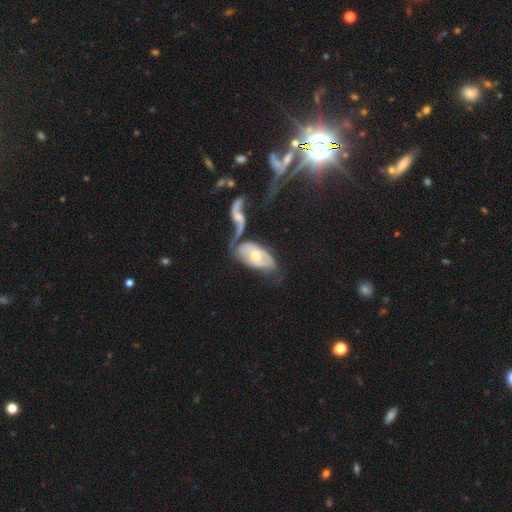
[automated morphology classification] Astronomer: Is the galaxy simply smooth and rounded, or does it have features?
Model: featured or disk — 65%.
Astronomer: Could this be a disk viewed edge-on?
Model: no — 90%.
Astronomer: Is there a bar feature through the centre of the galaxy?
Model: no — 67%.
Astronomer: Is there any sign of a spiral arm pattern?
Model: yes — 62% (runner-up: no, 38%).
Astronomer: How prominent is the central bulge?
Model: moderate — 72%.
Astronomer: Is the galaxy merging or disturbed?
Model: merger — 37% (runner-up: none, 29%).